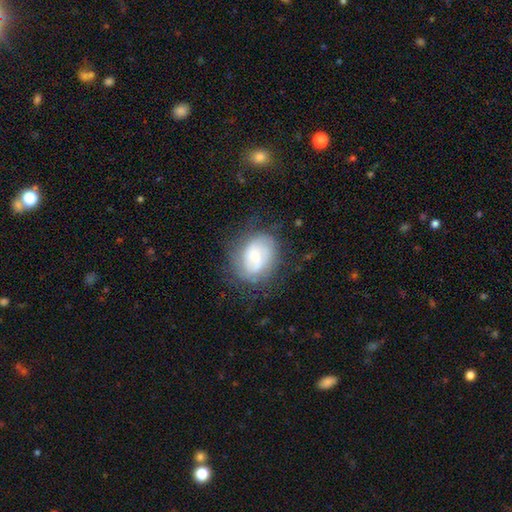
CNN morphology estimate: A featured or disk galaxy (52%) with no bar (60%), spiral arms (72%) and a small central bulge (52%). Merging: none (59%).